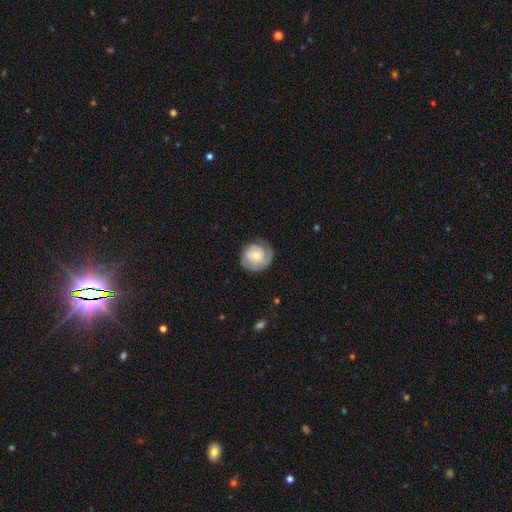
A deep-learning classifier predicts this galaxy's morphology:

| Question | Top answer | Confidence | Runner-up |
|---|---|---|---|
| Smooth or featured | featured or disk | 64% | smooth (29%) |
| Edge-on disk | no | 98% | yes (2%) |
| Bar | no | 72% | weak (24%) |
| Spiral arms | yes | 89% | no (11%) |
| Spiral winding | tight | 63% | medium (27%) |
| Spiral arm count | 2 | 39% | can't tell (26%) |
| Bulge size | moderate | 47% | small (44%) |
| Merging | none | 72% | minor disturbance (19%) |